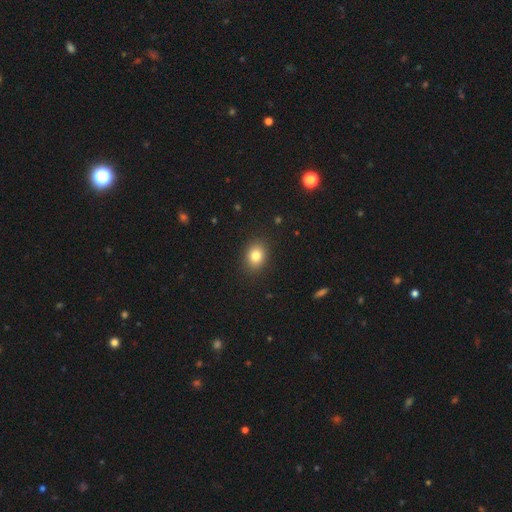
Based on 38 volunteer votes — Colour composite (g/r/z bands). It shows a smooth galaxy with no disk features (84%) that is in between round and cigar-shaped (72%). Merging: none (78%).